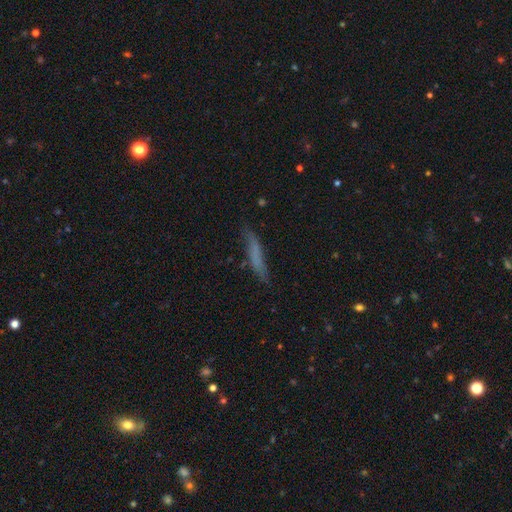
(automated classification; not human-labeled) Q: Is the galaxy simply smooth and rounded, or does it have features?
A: smooth — 59%.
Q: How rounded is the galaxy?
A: cigar-shaped — 89%.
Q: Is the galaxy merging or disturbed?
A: none — 70%.